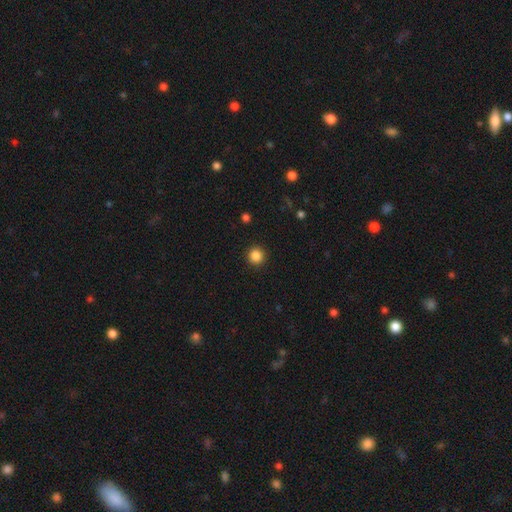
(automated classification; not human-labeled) This appears to be a smooth galaxy with no disk features (86%) that is round (95%). Merging: none (93%).